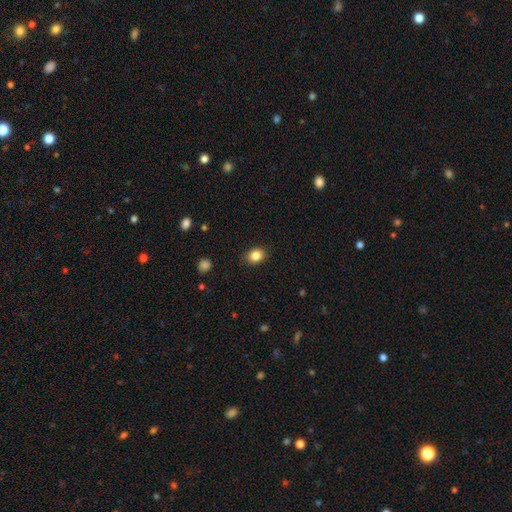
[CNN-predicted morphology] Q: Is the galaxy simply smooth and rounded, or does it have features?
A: smooth — 85%.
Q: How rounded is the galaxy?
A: in between — 52%.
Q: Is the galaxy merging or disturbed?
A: none — 86%.